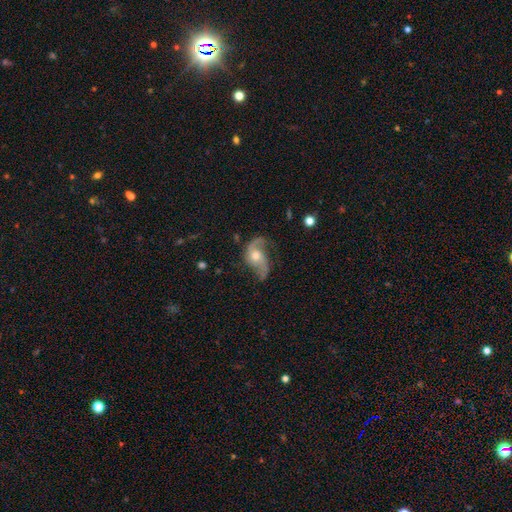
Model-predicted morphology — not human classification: Smooth or featured?
  - featured or disk: 81% *
  - smooth: 12%
  - star or artifact: 7%
Edge-on disk?
  - no: 96% *
  - yes: 4%
Bar?
  - no: 67% *
  - weak: 27%
  - strong: 6%
Spiral arms?
  - yes: 94% *
  - no: 6%
Spiral winding?
  - loose: 65% *
  - medium: 29%
  - tight: 7%
Spiral arm count?
  - 2: 86% *
  - 1: 5%
  - can't tell: 4%
  - 3: 3%
  - 4: 1%
  - more than 4: 1%
Bulge size?
  - moderate: 65% *
  - small: 18%
  - large: 13%
  - none: 3%
  - dominant: 2%
Merging?
  - none: 53% *
  - minor disturbance: 23%
  - major disturbance: 21%
  - merger: 3%